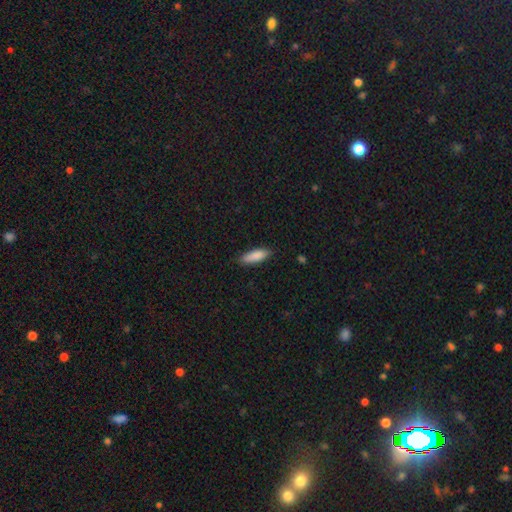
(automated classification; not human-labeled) This appears to be a smooth galaxy with no disk features (87%) that is in between round and cigar-shaped (50%). Merging: none (84%).